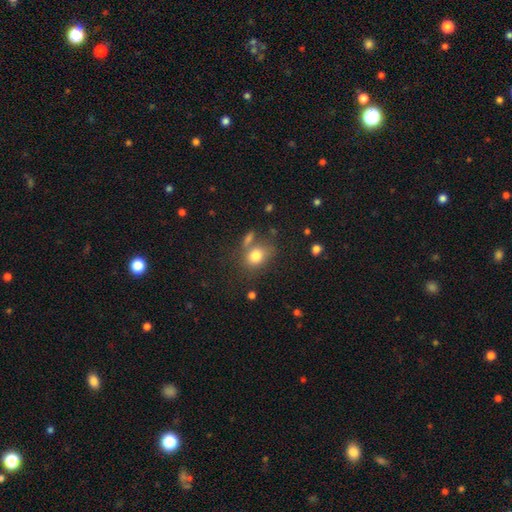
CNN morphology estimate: This is likely a smooth galaxy (79%). How rounded: possibly in between (56%). Merging: possibly none (57%).